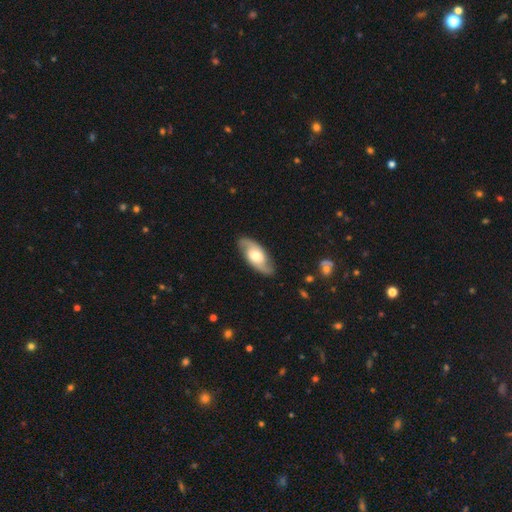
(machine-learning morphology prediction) This is likely a featured or disk galaxy (69%). It is clearly not viewed edge-on (89%). Bar: likely no (63%). Spiral arm pattern: clearly yes (87%). Spiral arm count: clearly 2 (90%). Spiral winding: marginally medium (43%). Central bulge: likely moderate (62%). Merging: clearly none (85%).